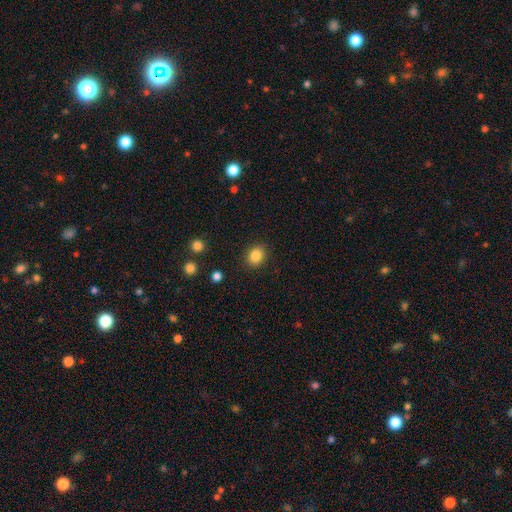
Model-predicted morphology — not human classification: type=smooth (86%); roundness=round (61%); merging=none (89%).